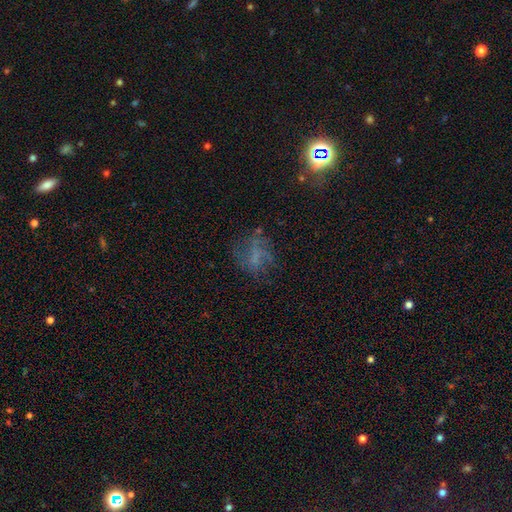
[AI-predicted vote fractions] Smooth or featured?
  - featured or disk: 42% *
  - smooth: 35%
  - star or artifact: 23%
Merging?
  - none: 54% *
  - major disturbance: 24%
  - minor disturbance: 19%
  - merger: 3%